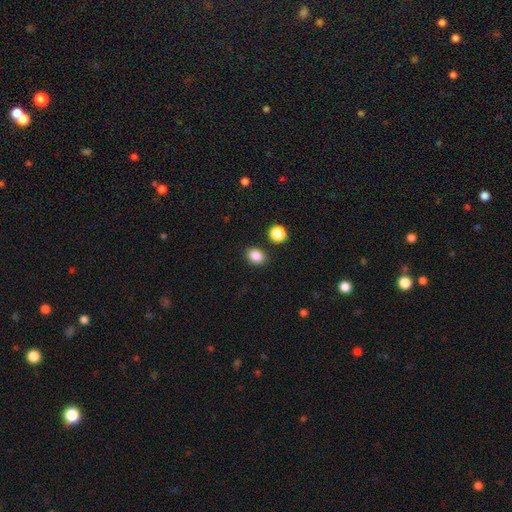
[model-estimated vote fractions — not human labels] A smooth galaxy with no disk features (86%) that is in between round and cigar-shaped (52%).

Vote fractions:
- Smooth or featured? smooth: 86% / star or artifact: 10% / featured or disk: 4%
- How rounded? in between: 52% / round: 47% / cigar-shaped: 1%
- Merging? none: 86% / minor disturbance: 8% / merger: 4% / major disturbance: 2%